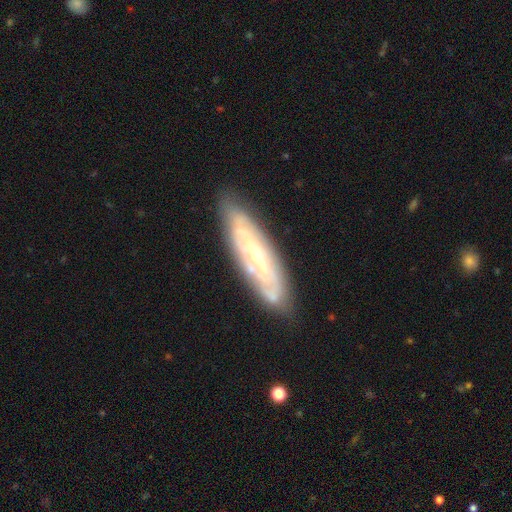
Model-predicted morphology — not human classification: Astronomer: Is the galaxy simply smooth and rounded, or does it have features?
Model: featured or disk — 71%.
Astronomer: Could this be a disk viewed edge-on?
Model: no — 68%.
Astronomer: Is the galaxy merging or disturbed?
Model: none — 80%.